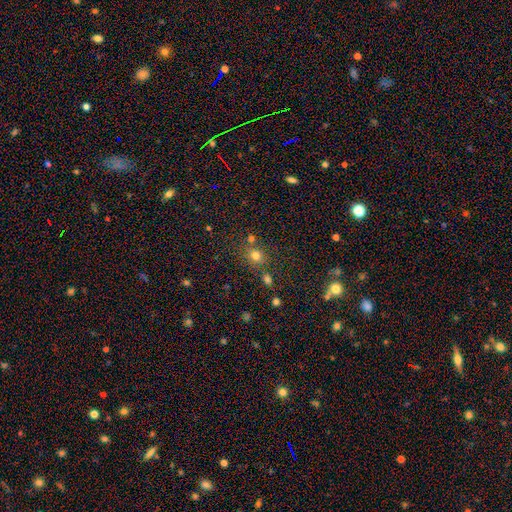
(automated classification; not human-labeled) A smooth galaxy with no disk features (73%) that is round (79%). Merging: none (70%).